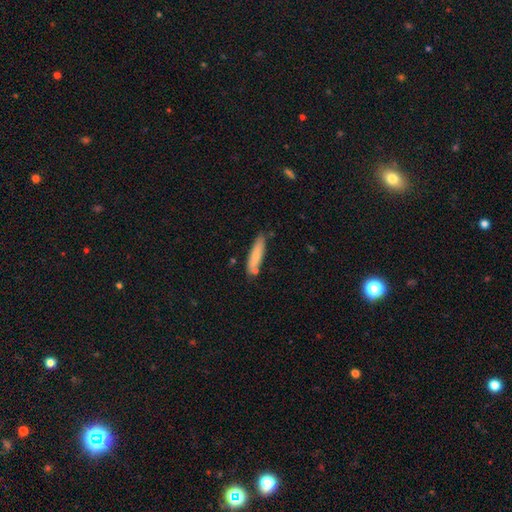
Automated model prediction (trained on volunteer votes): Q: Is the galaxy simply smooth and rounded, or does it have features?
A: smooth — 76%.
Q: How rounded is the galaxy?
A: cigar-shaped — 75%.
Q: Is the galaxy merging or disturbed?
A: none — 75%.